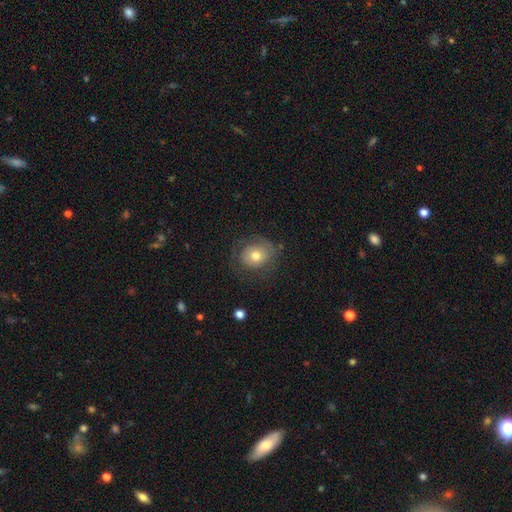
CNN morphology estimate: Smooth or featured?
  - smooth: 55% *
  - featured or disk: 36%
  - star or artifact: 9%
How rounded?
  - round: 69% *
  - in between: 30%
  - cigar-shaped: 1%
Merging?
  - none: 65% *
  - minor disturbance: 20%
  - major disturbance: 13%
  - merger: 1%